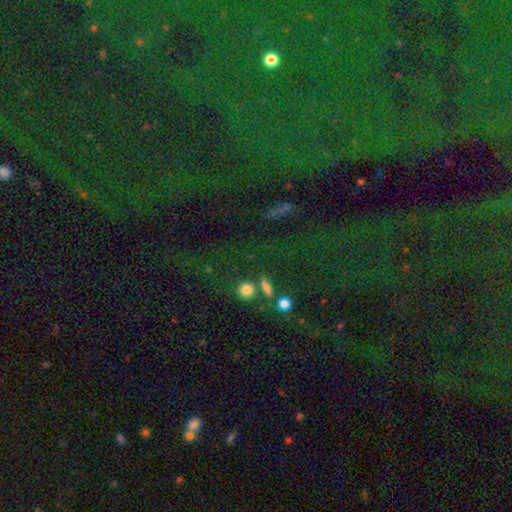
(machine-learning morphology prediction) This appears to be a star or artifact, not a galaxy (76%).